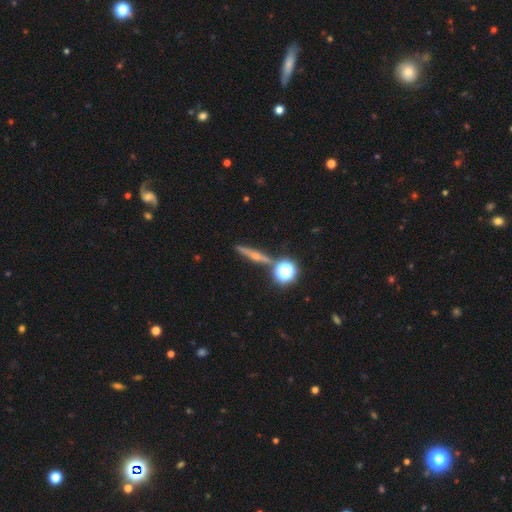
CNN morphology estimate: The model was most divided on "smooth or featured": featured or disk: 57%, smooth: 28%, star or artifact: 15%. More confident: edge-on disk — yes (95%); merging — none (85%); edge-on bulge — rounded (84%).